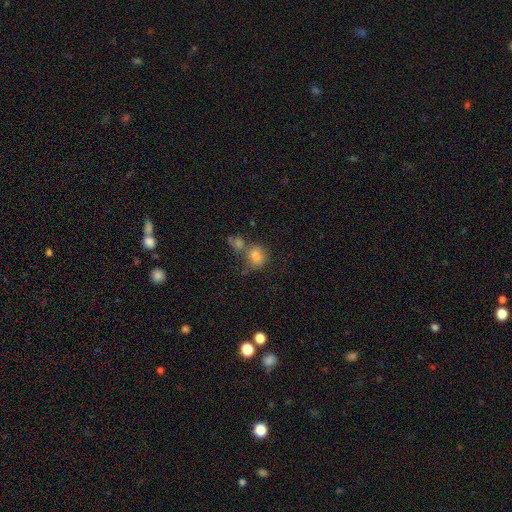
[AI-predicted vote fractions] Q: Smooth or featured?
A: smooth (73%); runner-up: star or artifact (15%)
Q: How rounded?
A: round (59%); runner-up: in between (40%)
Q: Merging?
A: none (45%); runner-up: merger (34%)